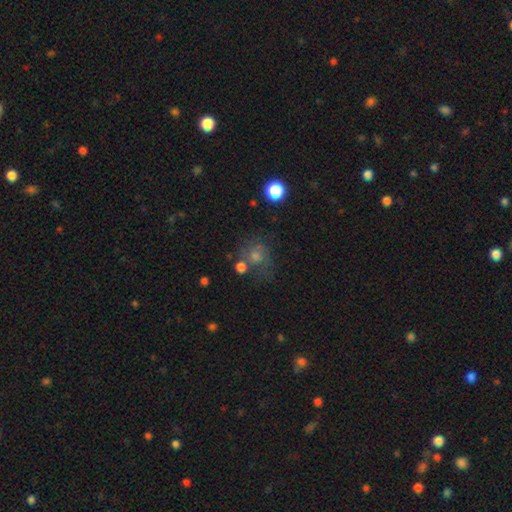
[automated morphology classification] The model was most divided on "smooth or featured": smooth: 44%, featured or disk: 29%, star or artifact: 28%. More confident: merging — none (56%).